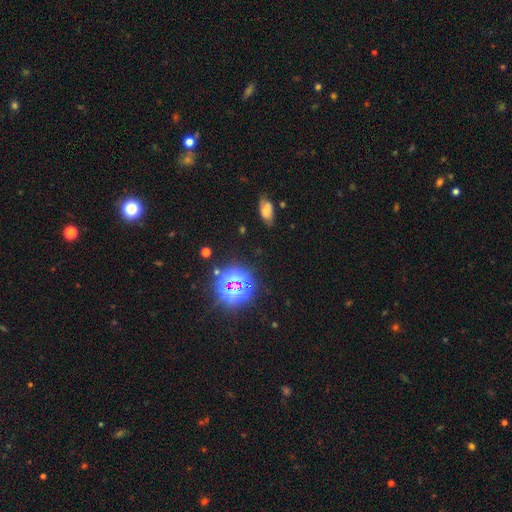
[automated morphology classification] star or artifact 69%, smooth 22%, featured or disk 9%.